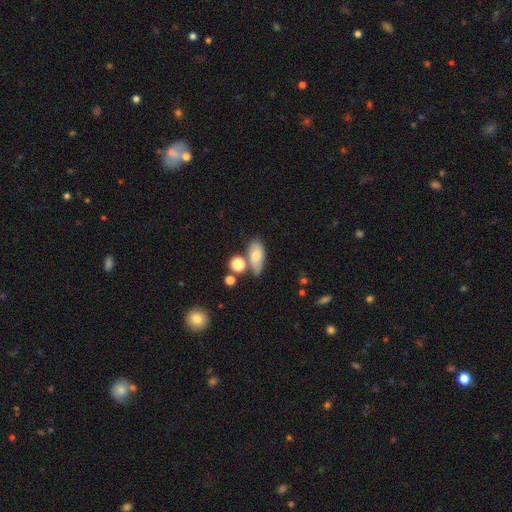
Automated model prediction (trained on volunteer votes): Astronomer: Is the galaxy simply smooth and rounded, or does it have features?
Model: smooth — 70%.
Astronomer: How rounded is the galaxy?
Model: in between — 85%.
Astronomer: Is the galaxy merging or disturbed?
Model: none — 58%.